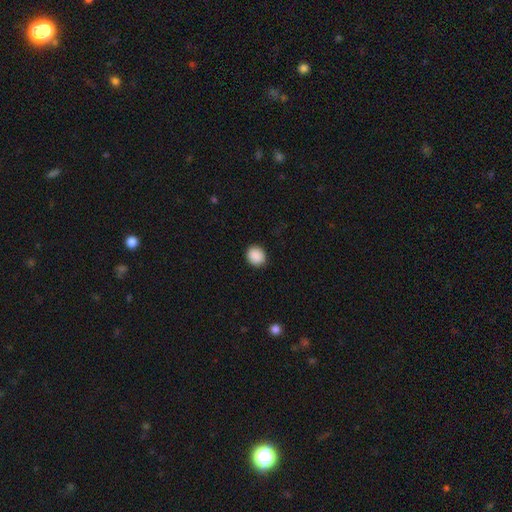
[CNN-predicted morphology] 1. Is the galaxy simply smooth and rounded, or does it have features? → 90% smooth, 8% star or artifact, 2% featured or disk.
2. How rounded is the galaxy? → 77% round, 22% in between, 1% cigar-shaped.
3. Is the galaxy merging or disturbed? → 91% none, 6% minor disturbance, 2% major disturbance, 1% merger.